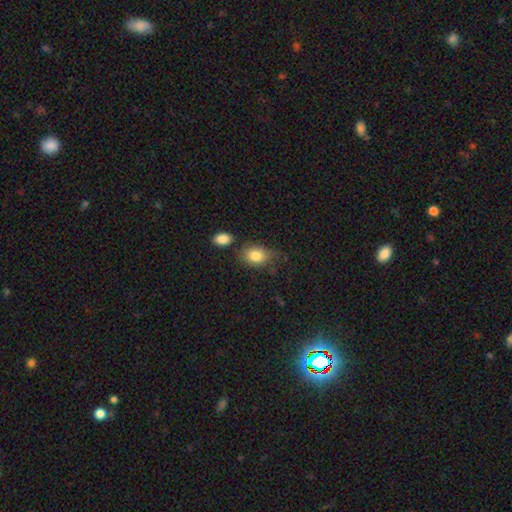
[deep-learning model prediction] smooth-or-featured: smooth: 82% | featured or disk: 9% | star or artifact: 8%
  how-rounded: in between: 68% | round: 30% | cigar-shaped: 1%
  merging: none: 56% | minor disturbance: 27% | major disturbance: 9% | merger: 8%